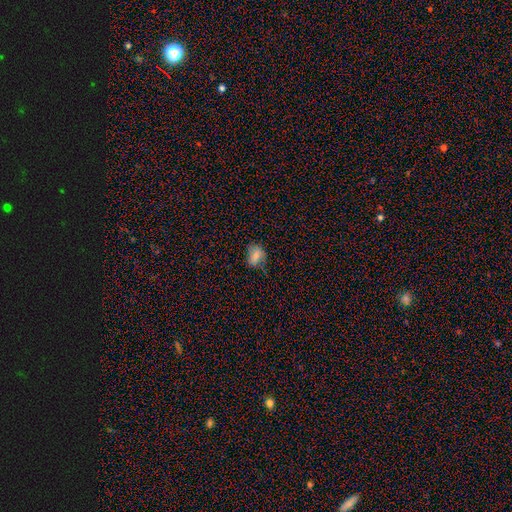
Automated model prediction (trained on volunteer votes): This is likely a smooth galaxy (75%). How rounded: likely in between (66%). Merging: likely none (67%).